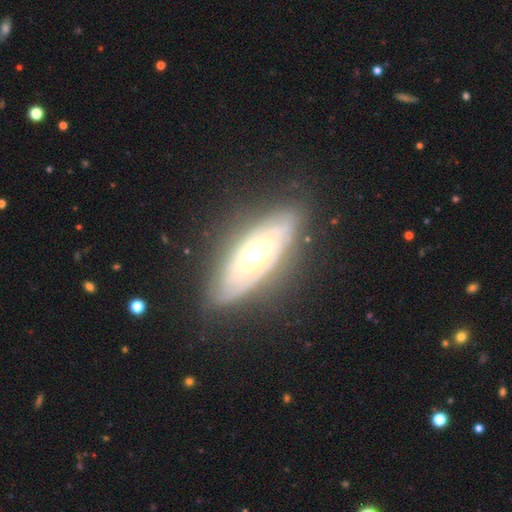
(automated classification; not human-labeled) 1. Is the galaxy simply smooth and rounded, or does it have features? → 83% featured or disk, 12% smooth, 5% star or artifact.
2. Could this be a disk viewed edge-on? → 81% no, 19% yes.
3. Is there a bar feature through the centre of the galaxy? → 62% no, 26% weak, 12% strong.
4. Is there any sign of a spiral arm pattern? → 90% yes, 10% no.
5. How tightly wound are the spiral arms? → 73% tight, 22% medium, 5% loose.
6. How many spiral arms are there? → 42% can't tell, 31% 2, 13% 3, 5% 4, 5% 1, 4% more than 4.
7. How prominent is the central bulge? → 68% moderate, 17% large, 12% small, 2% dominant, 1% none.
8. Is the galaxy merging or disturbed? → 79% none, 15% minor disturbance, 4% major disturbance, 1% merger.